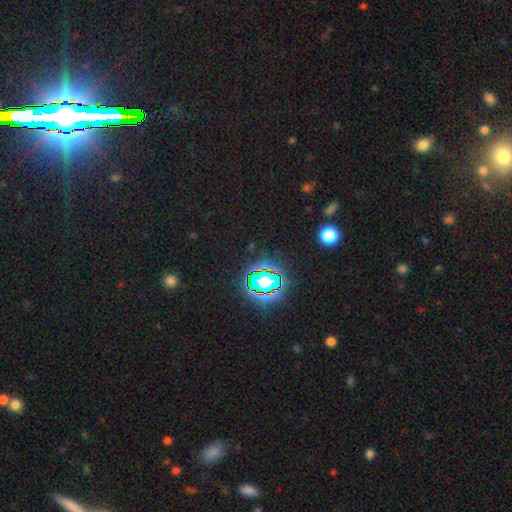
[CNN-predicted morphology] Smooth or featured? Predicted: star or artifact (p=0.78).